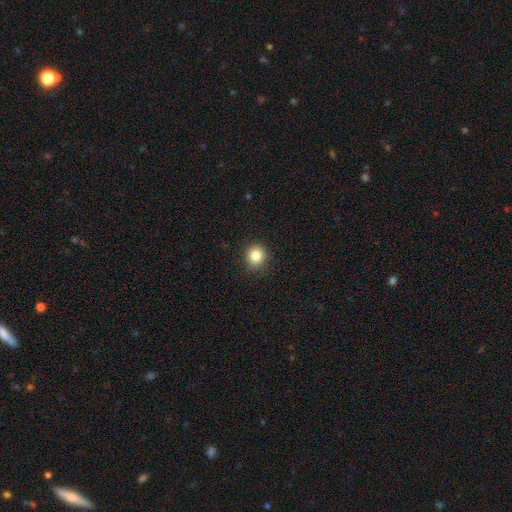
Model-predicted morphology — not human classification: Overall: smooth (84%). How rounded: round (84%). Merging: none (90%).